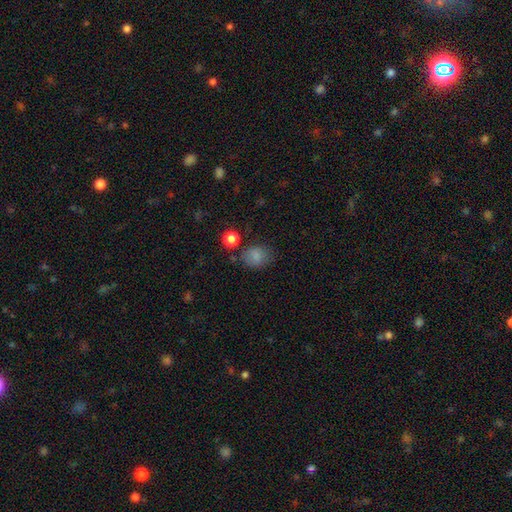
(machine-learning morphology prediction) This appears to be a smooth galaxy with no disk features (82%) that is round (56%). Merging: none (72%).